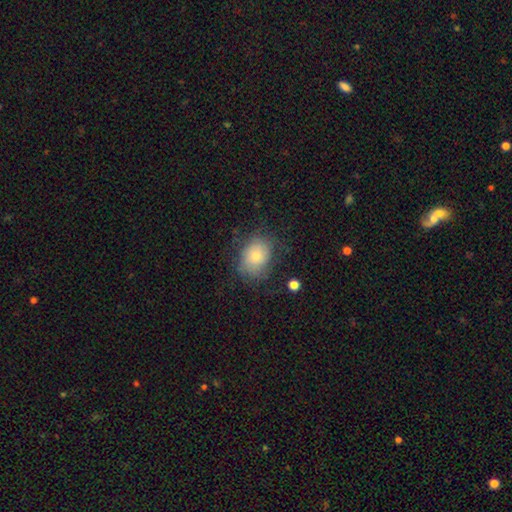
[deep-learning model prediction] smooth-or-featured: smooth: 70% | featured or disk: 20% | star or artifact: 10%
  how-rounded: in between: 56% | round: 43% | cigar-shaped: 1%
  merging: none: 64% | minor disturbance: 23% | major disturbance: 11% | merger: 1%